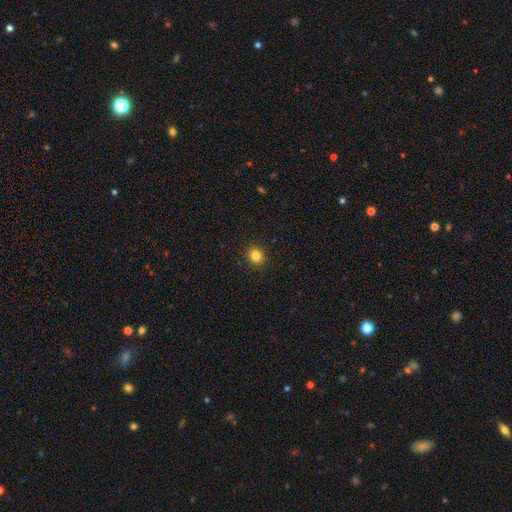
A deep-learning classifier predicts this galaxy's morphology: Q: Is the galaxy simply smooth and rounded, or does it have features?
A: smooth — 82%.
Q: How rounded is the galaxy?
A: round — 83%.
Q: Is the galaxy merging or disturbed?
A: none — 92%.